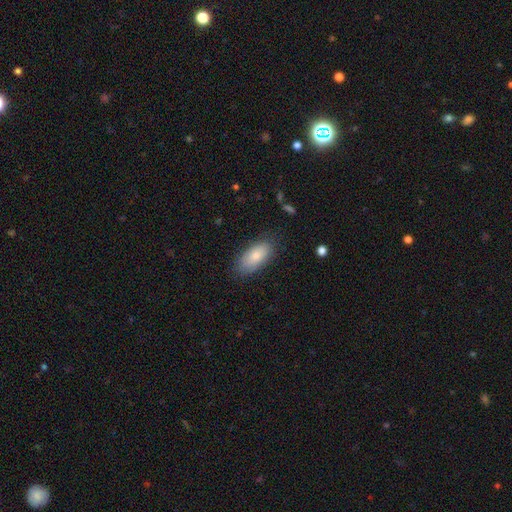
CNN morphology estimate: smooth_or_featured: smooth (p=0.80) [alt: featured or disk p=0.14]
how_rounded: in between (p=0.90) [alt: cigar-shaped p=0.07]
merging: none (p=0.81) [alt: minor disturbance p=0.15]